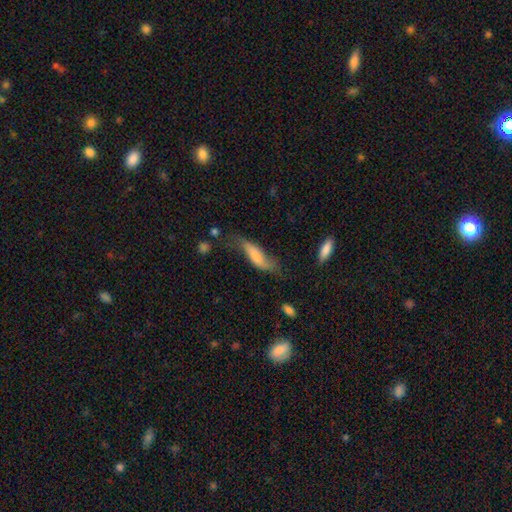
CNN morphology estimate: Q: Smooth or featured?
A: smooth (51%); runner-up: featured or disk (42%)
Q: How rounded?
A: cigar-shaped (57%); runner-up: in between (40%)
Q: Merging?
A: none (47%); runner-up: minor disturbance (31%)